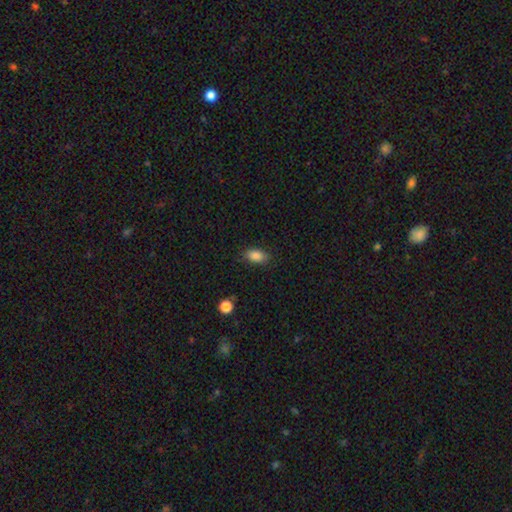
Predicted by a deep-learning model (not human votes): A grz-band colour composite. It shows a smooth galaxy with no disk features (86%) that is in between round and cigar-shaped (89%). Merging: none (84%).